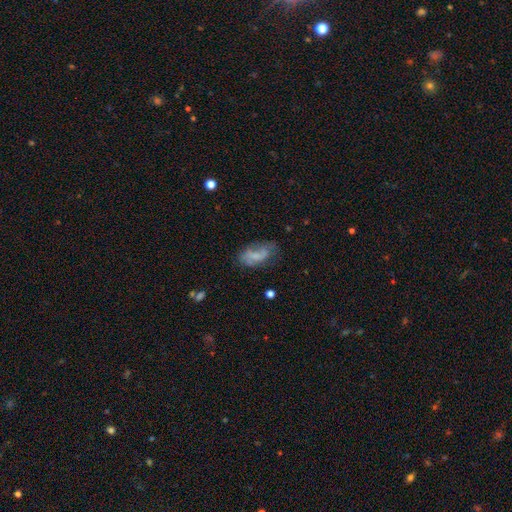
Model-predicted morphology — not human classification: Smooth or featured: smooth — 57% (featured or disk — 33%)
How rounded: in between — 90% (cigar-shaped — 6%)
Merging: none — 47% (minor disturbance — 30%)